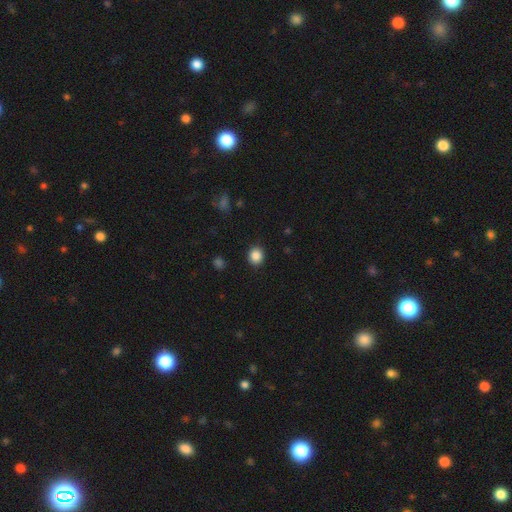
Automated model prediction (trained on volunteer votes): This appears to be a smooth galaxy with no disk features (86%) that is round (81%). Merging: none (90%).